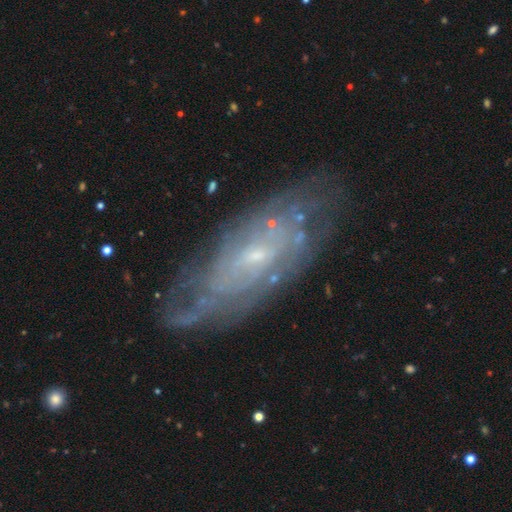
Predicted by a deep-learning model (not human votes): The model was most divided on "bar": no: 59%, weak: 34%, strong: 7%. More confident: edge-on disk — no (88%); spiral arms — yes (81%); bulge size — small (77%); smooth or featured — featured or disk (77%); merging — none (72%); spiral winding — tight (65%); spiral arm count — can't tell (65%).